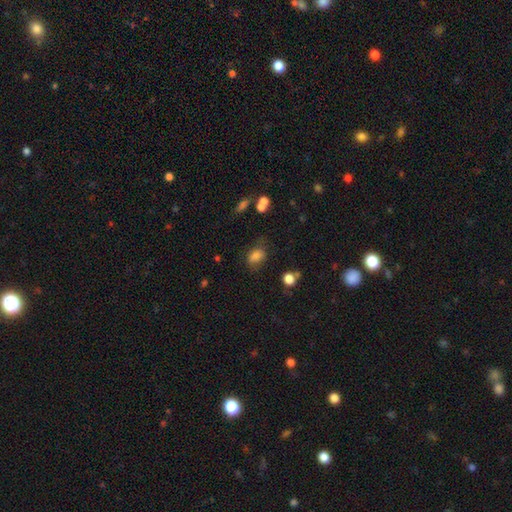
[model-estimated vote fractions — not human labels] This appears to be a smooth galaxy with no disk features (81%) that is in between round and cigar-shaped (75%). Merging: none (62%).